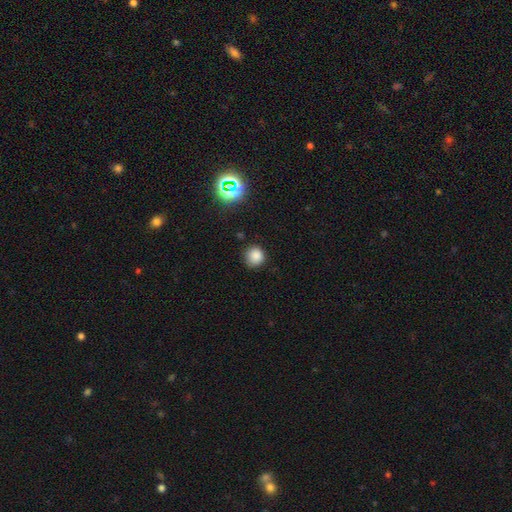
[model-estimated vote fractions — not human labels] Smooth or featured?
  - smooth: 81% *
  - star or artifact: 15%
  - featured or disk: 4%
How rounded?
  - round: 87% *
  - in between: 12%
  - cigar-shaped: 1%
Merging?
  - none: 81% *
  - minor disturbance: 14%
  - major disturbance: 3%
  - merger: 2%